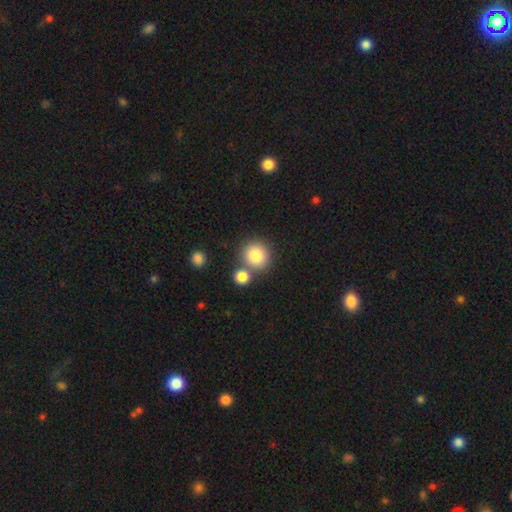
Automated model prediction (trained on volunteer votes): A smooth galaxy with no disk features (83%) that is round (88%). Merging: none (63%).